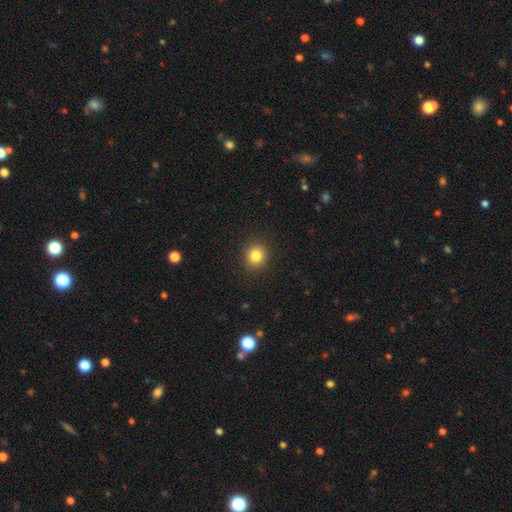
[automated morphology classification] smooth_or_featured: smooth (p=0.83) [alt: star or artifact p=0.11]
how_rounded: round (p=0.85) [alt: in between p=0.14]
merging: none (p=0.91) [alt: minor disturbance p=0.06]